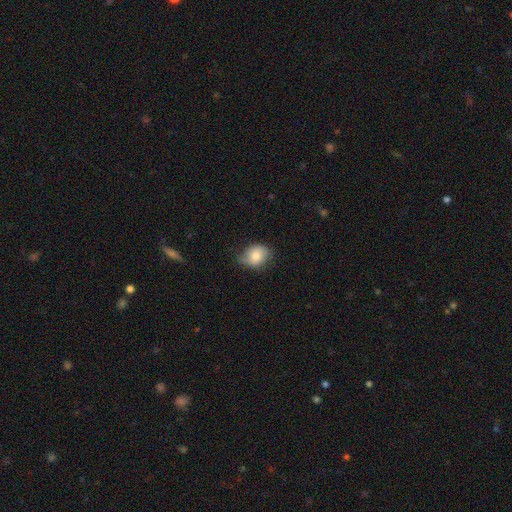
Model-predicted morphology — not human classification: smooth 76%, featured or disk 16%, star or artifact 8%. Down the decision tree: how rounded — in between (56%); merging — none (61%).